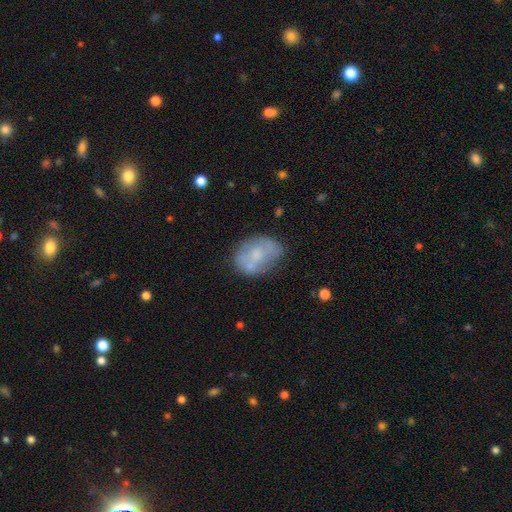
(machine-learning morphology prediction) A smooth galaxy with no disk features (53%) that is in between round and cigar-shaped (69%).

Vote fractions:
- Smooth or featured? smooth: 53% / featured or disk: 39% / star or artifact: 8%
- How rounded? in between: 69% / round: 30% / cigar-shaped: 1%
- Merging? none: 51% / minor disturbance: 25% / merger: 12% / major disturbance: 11%